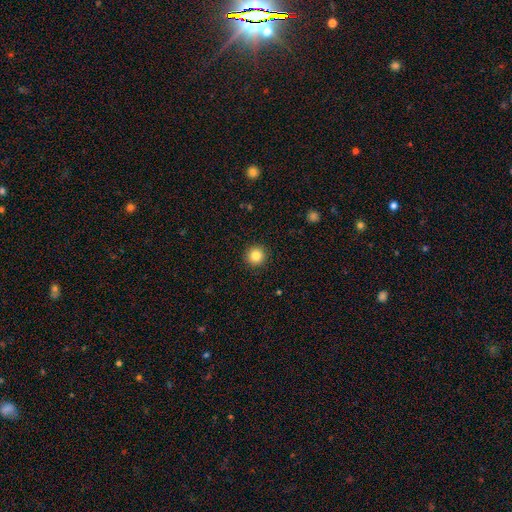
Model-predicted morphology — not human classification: This appears to be a smooth galaxy with no disk features (84%) that is round (96%). Merging: none (93%).